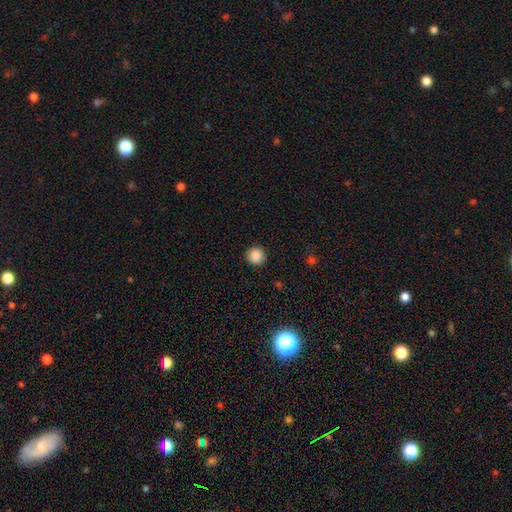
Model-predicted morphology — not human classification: smooth_or_featured: smooth (p=0.87) [alt: star or artifact p=0.10]
how_rounded: round (p=0.94) [alt: in between p=0.05]
merging: none (p=0.91) [alt: minor disturbance p=0.06]